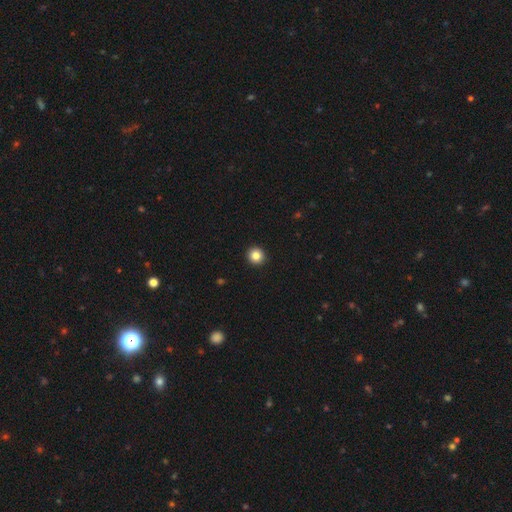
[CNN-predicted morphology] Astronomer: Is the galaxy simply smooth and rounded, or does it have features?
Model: smooth — 85%.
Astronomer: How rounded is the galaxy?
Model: round — 94%.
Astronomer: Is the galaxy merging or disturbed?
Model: none — 94%.